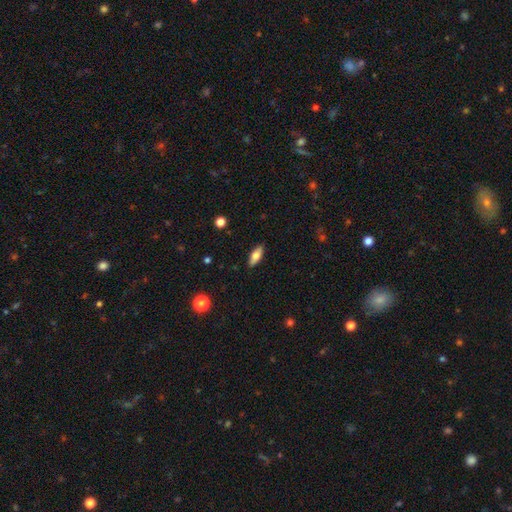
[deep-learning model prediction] Smooth or featured: smooth — 70% (featured or disk — 23%)
How rounded: in between — 74% (cigar-shaped — 24%)
Merging: none — 89% (minor disturbance — 8%)